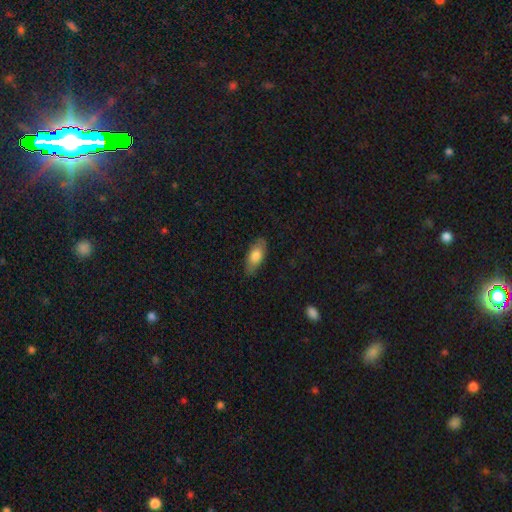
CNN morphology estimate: Overall: smooth (75%). How rounded: in between (84%). Merging: none (82%).